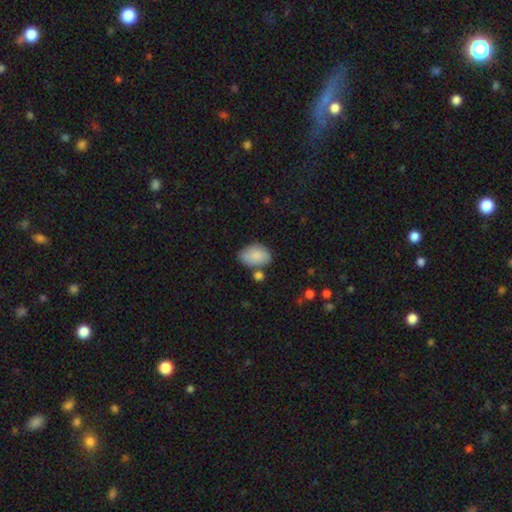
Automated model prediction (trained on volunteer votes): A smooth galaxy with no disk features (86%) that is in between round and cigar-shaped (88%).

Vote fractions:
- Smooth or featured? smooth: 86% / featured or disk: 8% / star or artifact: 6%
- How rounded? in between: 88% / round: 11% / cigar-shaped: 1%
- Merging? none: 63% / minor disturbance: 20% / merger: 12% / major disturbance: 5%